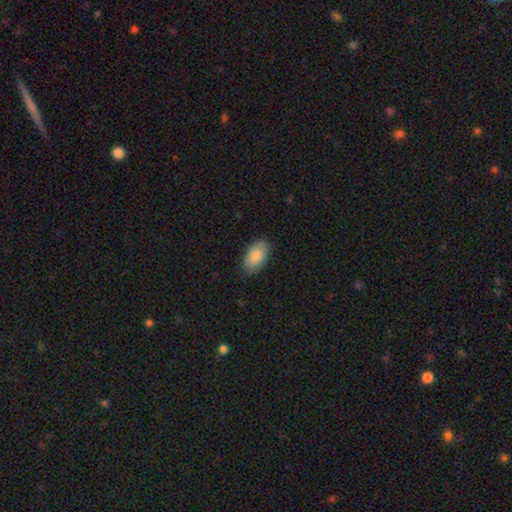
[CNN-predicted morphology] Overall: smooth (84%). How rounded: in between (94%). Merging: none (83%).